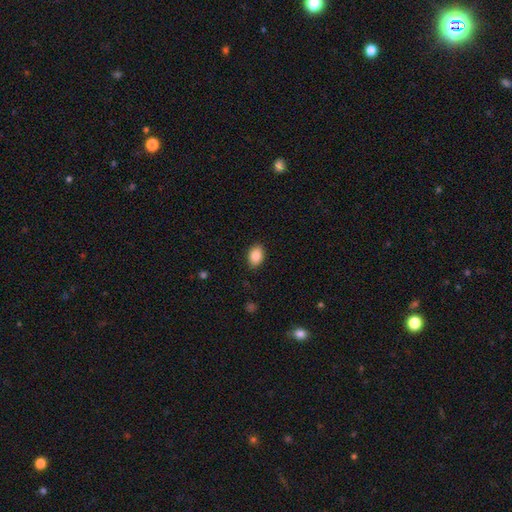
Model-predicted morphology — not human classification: type=smooth (87%); roundness=in between (83%); merging=none (88%).